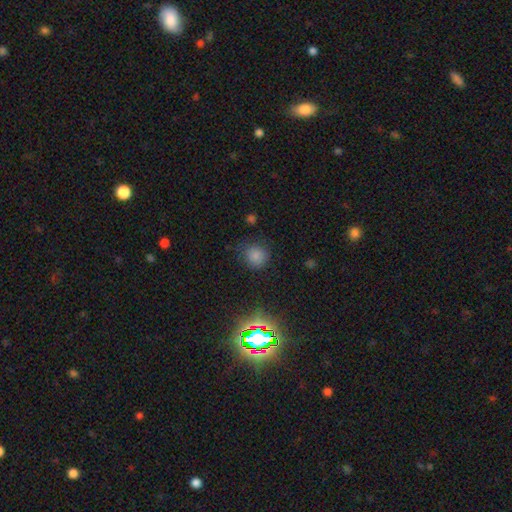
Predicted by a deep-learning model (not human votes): Smooth or featured? Predicted: smooth (p=0.77). How rounded? Predicted: round (p=0.89). Merging? Predicted: none (p=0.78).